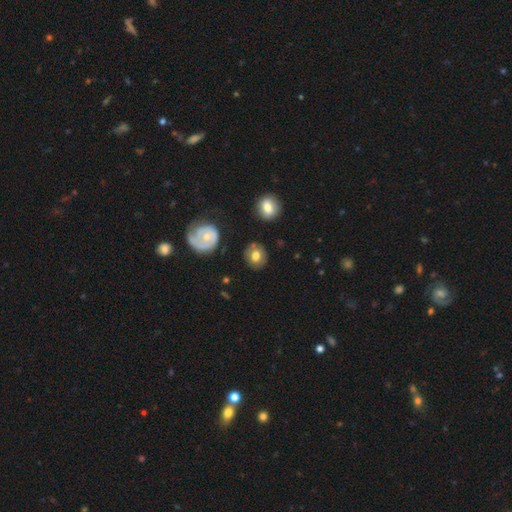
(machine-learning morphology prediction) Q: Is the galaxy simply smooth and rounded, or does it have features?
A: smooth — 69%.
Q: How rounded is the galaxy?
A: round — 77%.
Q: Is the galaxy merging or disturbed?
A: none — 79%.